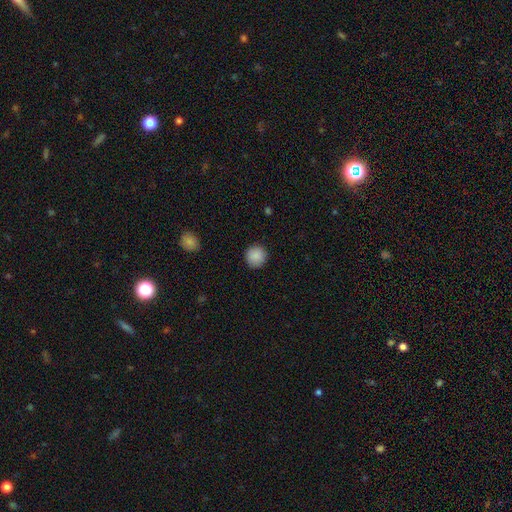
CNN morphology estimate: smooth-or-featured: smooth: 89% | star or artifact: 8% | featured or disk: 3%
  how-rounded: round: 94% | in between: 5% | cigar-shaped: 1%
  merging: none: 91% | minor disturbance: 6% | major disturbance: 2% | merger: 1%